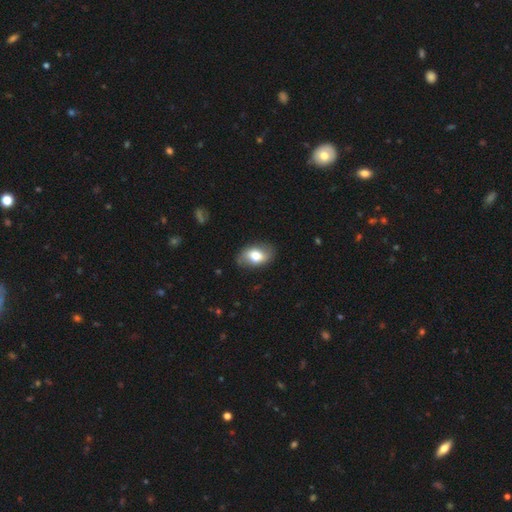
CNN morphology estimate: Smooth or featured: smooth — 71% (featured or disk — 22%)
How rounded: in between — 88% (round — 10%)
Merging: none — 81% (minor disturbance — 14%)